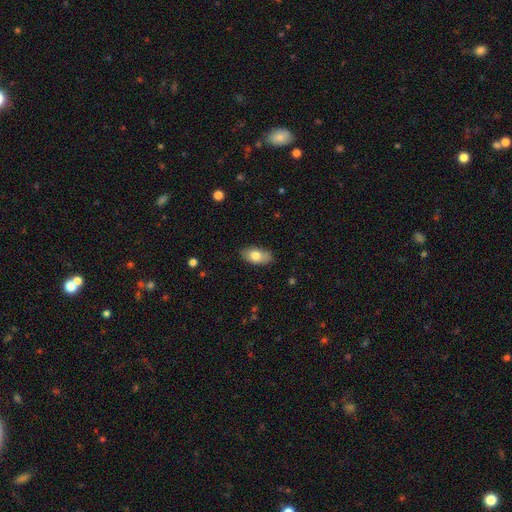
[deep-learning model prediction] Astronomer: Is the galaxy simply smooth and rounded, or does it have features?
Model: smooth — 77%.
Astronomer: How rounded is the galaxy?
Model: in between — 92%.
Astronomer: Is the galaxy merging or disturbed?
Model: none — 83%.